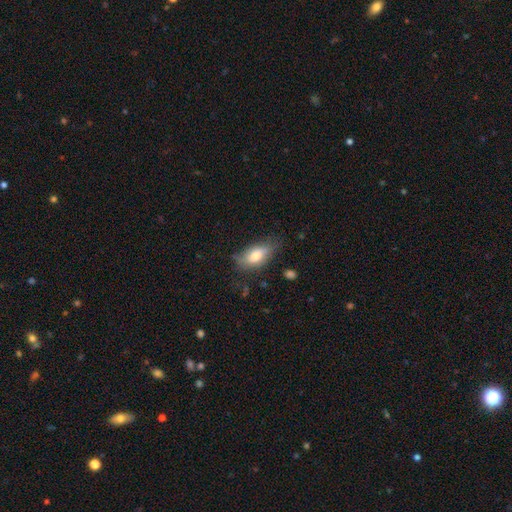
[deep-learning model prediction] Smooth or featured? Predicted: smooth (p=0.75). How rounded? Predicted: in between (p=0.87). Merging? Predicted: none (p=0.63).